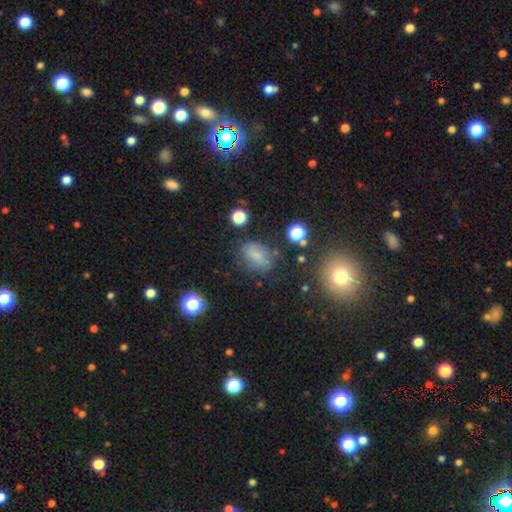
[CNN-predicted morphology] type=smooth (72%); roundness=in between (78%); merging=none (67%).